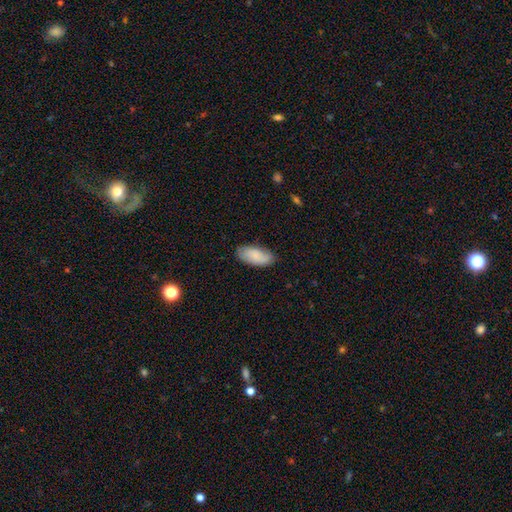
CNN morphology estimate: smooth_or_featured: smooth (p=0.78) [alt: featured or disk p=0.15]
how_rounded: in between (p=0.93) [alt: cigar-shaped p=0.05]
merging: none (p=0.80) [alt: minor disturbance p=0.16]